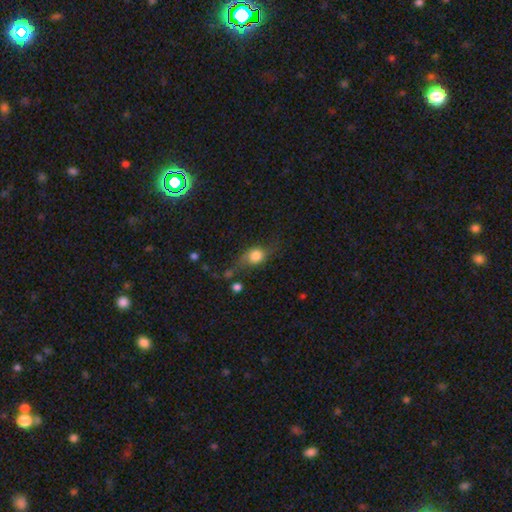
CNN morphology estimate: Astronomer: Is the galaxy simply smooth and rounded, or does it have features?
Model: smooth — 58%.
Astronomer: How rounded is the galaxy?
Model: round — 50% (runner-up: in between, 44%).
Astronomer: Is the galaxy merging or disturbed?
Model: none — 52%.